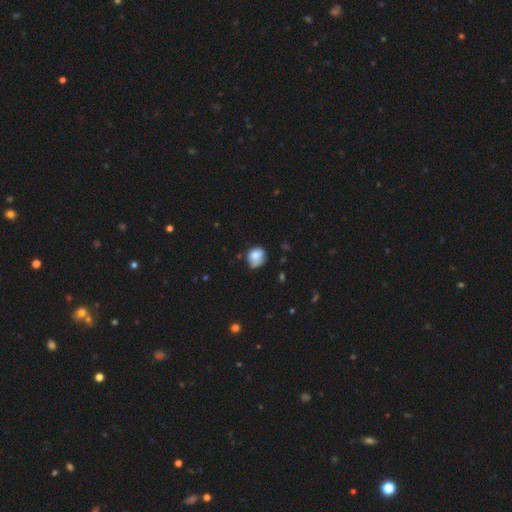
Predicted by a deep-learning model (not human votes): Smooth or featured? smooth (72%)
How rounded? round (64%)
Merging? none (45%)